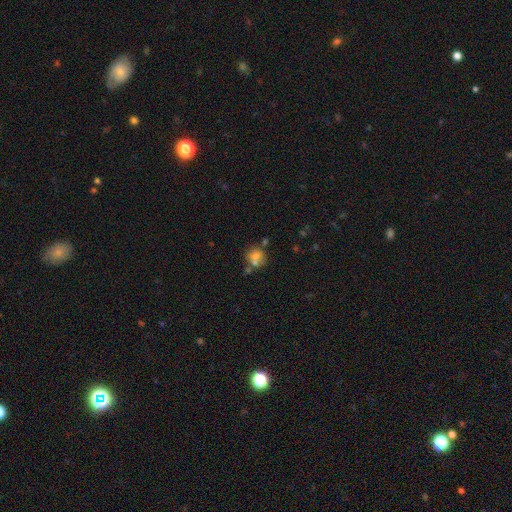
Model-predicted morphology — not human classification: Q: Smooth or featured?
A: smooth (67%); runner-up: featured or disk (19%)
Q: How rounded?
A: round (79%); runner-up: in between (20%)
Q: Merging?
A: none (51%); runner-up: merger (31%)